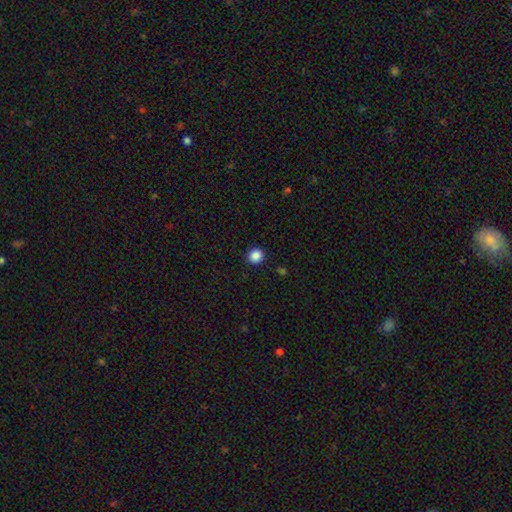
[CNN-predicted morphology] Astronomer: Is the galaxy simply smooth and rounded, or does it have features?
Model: smooth — 87%.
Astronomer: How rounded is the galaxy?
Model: round — 87%.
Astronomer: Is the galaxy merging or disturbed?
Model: none — 92%.